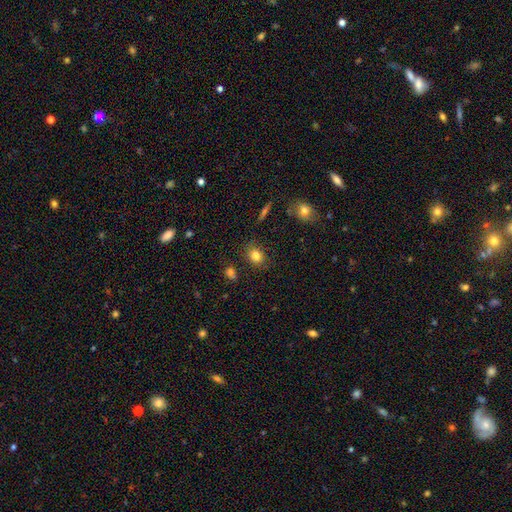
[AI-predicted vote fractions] A smooth galaxy with no disk features (82%) that is in between round and cigar-shaped (52%). Merging: none (81%).